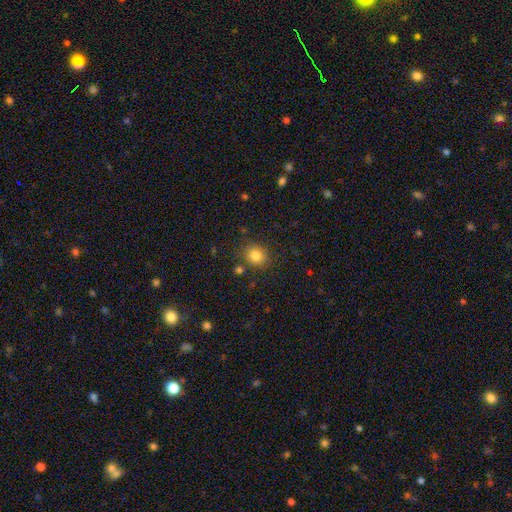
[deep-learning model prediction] A smooth galaxy with no disk features (83%) that is round (71%).

Vote fractions:
- Smooth or featured? smooth: 83% / star or artifact: 11% / featured or disk: 6%
- How rounded? round: 71% / in between: 29% / cigar-shaped: 1%
- Merging? none: 82% / minor disturbance: 11% / merger: 4% / major disturbance: 3%